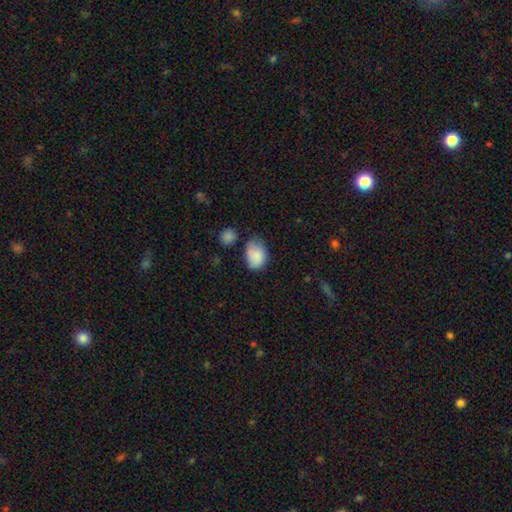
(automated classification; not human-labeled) smooth 84%, featured or disk 8%, star or artifact 8%. Down the decision tree: how rounded — in between (77%); merging — none (48%).